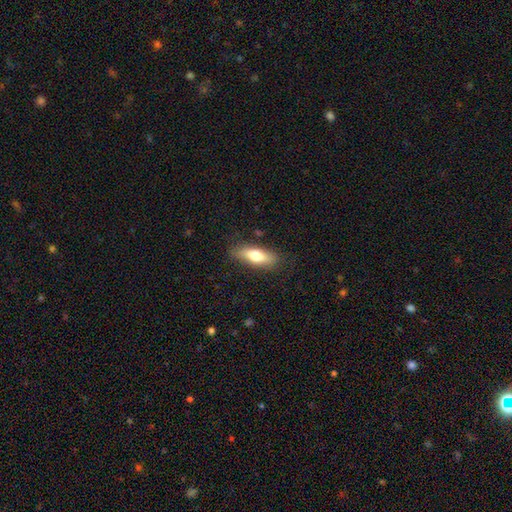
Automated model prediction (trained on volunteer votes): This is likely a smooth galaxy (68%). How rounded: likely in between (60%). Merging: clearly none (83%).